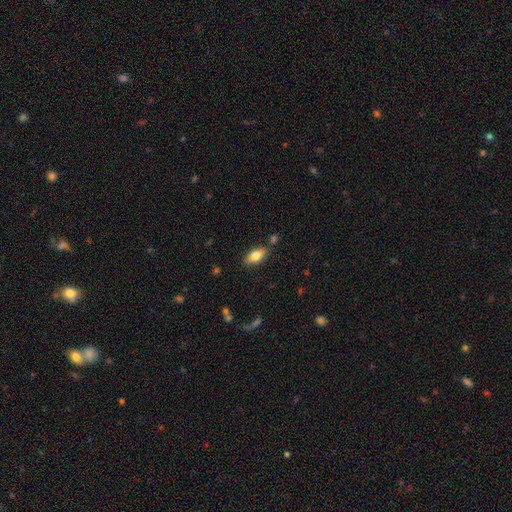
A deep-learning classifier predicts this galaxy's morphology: Smooth or featured? Predicted: smooth (p=0.79). How rounded? Predicted: in between (p=0.89). Merging? Predicted: none (p=0.82).